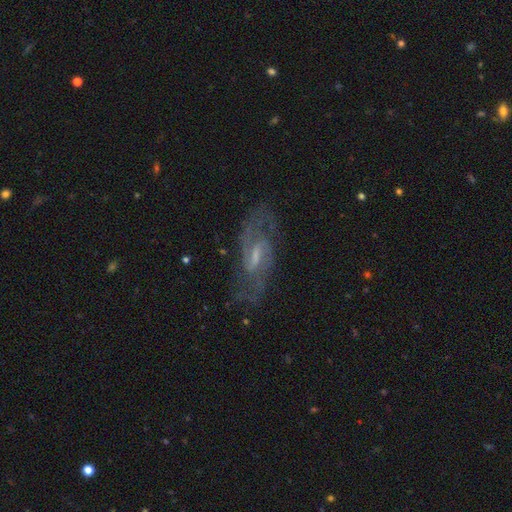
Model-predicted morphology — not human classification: Smooth or featured: featured or disk — 85% (smooth — 9%)
Edge-on disk: no — 93% (yes — 7%)
Bar: weak — 57% (strong — 28%)
Spiral arms: yes — 95% (no — 5%)
Spiral winding: medium — 54% (tight — 24%)
Spiral arm count: 2 — 82% (can't tell — 9%)
Bulge size: small — 42% (moderate — 30%)
Merging: none — 73% (minor disturbance — 16%)